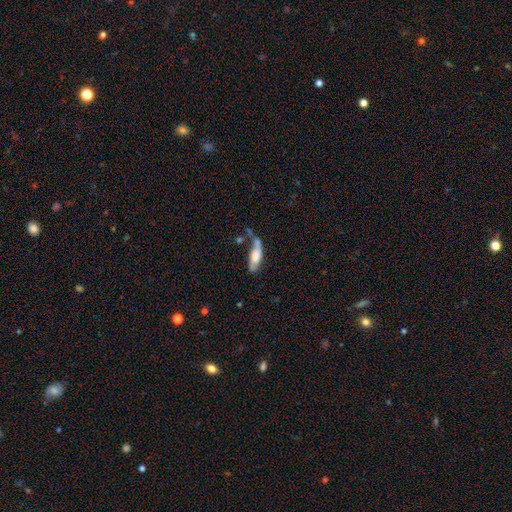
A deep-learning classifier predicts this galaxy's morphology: Smooth or featured: smooth — 50% (featured or disk — 42%)
Merging: none — 33% (minor disturbance — 24%)